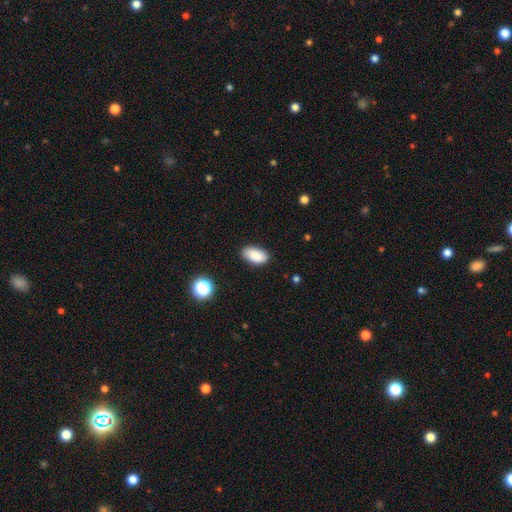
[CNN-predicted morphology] The model was most divided on "merging": none: 85%, minor disturbance: 11%, major disturbance: 2%, merger: 1%. More confident: how rounded — in between (94%); smooth or featured — smooth (87%).